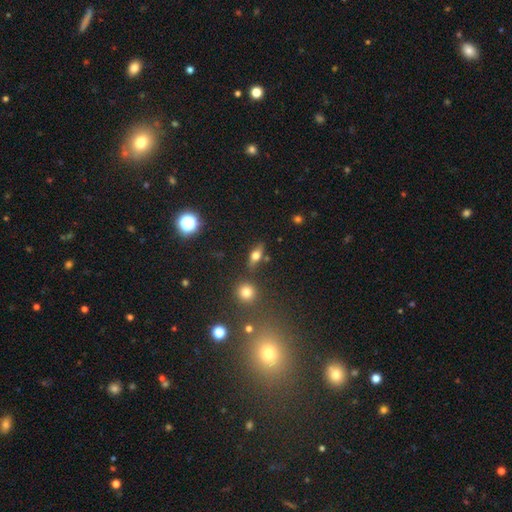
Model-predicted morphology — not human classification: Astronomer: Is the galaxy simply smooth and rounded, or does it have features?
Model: smooth — 50% (runner-up: featured or disk, 38%).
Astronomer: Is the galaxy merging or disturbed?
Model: none — 77%.